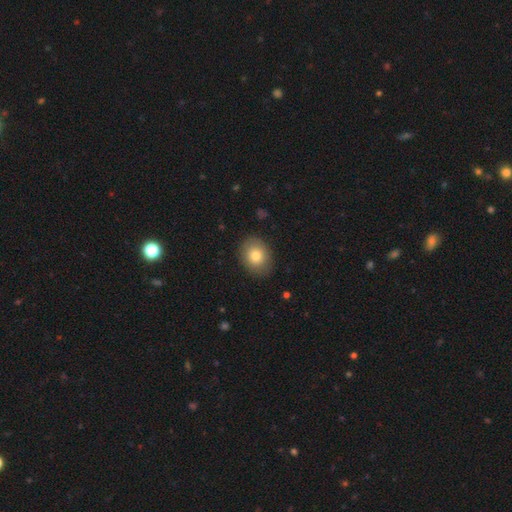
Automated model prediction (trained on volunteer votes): The model was most divided on "how rounded": in between: 52%, round: 47%, cigar-shaped: 1%. More confident: merging — none (86%); smooth or featured — smooth (79%).